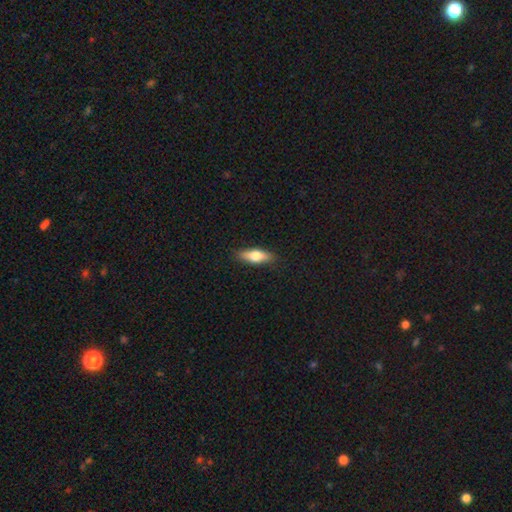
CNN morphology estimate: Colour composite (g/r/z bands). It shows a smooth galaxy with no disk features (66%) that is in between round and cigar-shaped (56%). Merging: none (88%).